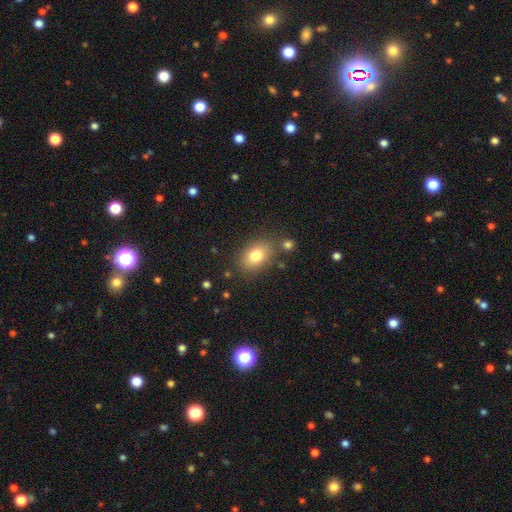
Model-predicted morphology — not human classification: Smooth or featured? Predicted: smooth (p=0.79). How rounded? Predicted: in between (p=0.79). Merging? Predicted: none (p=0.75).